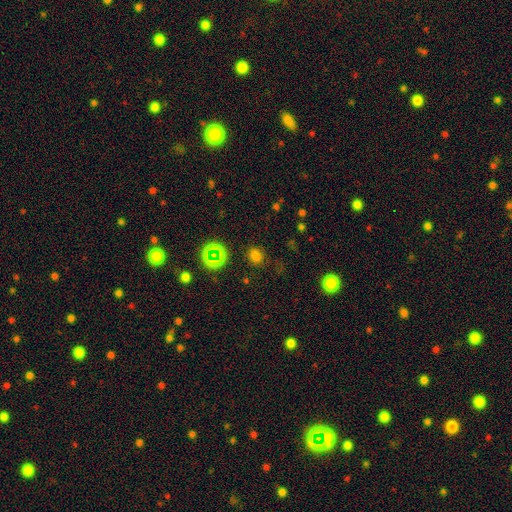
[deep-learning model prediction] Morphology: type=smooth (66%); roundness=round (61%); merging=none (80%).